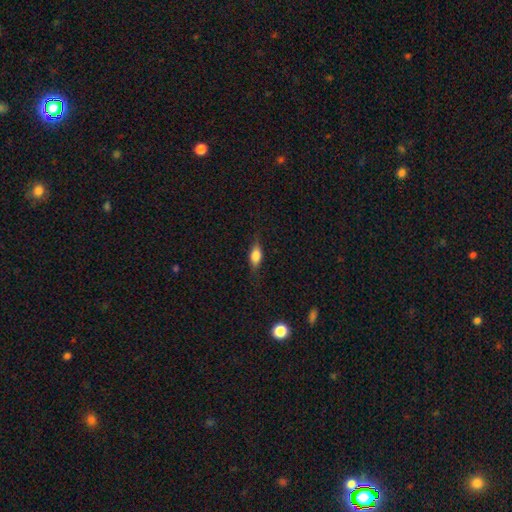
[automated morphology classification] Smooth or featured?
  - smooth: 66% *
  - featured or disk: 25%
  - star or artifact: 8%
How rounded?
  - in between: 72% *
  - cigar-shaped: 22%
  - round: 7%
Merging?
  - none: 80% *
  - minor disturbance: 15%
  - major disturbance: 4%
  - merger: 1%